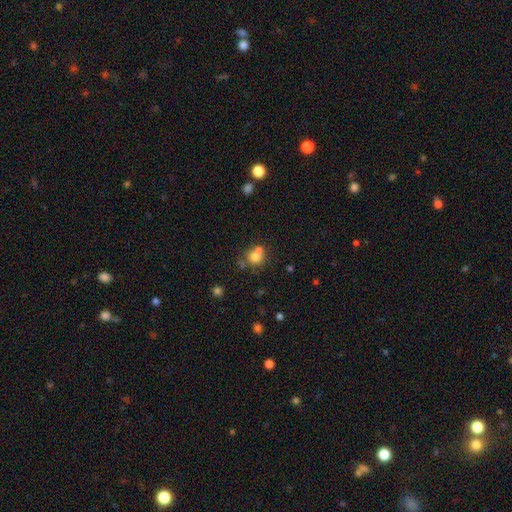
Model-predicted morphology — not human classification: Smooth or featured: smooth — 72% (featured or disk — 14%)
How rounded: round — 85% (in between — 14%)
Merging: none — 47% (merger — 41%)